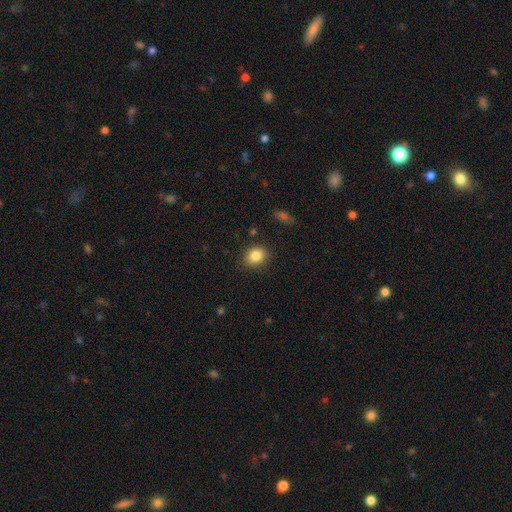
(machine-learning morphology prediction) Smooth or featured?
  - smooth: 84% *
  - star or artifact: 10%
  - featured or disk: 6%
How rounded?
  - round: 56% *
  - in between: 43%
  - cigar-shaped: 1%
Merging?
  - none: 86% *
  - minor disturbance: 10%
  - major disturbance: 3%
  - merger: 2%